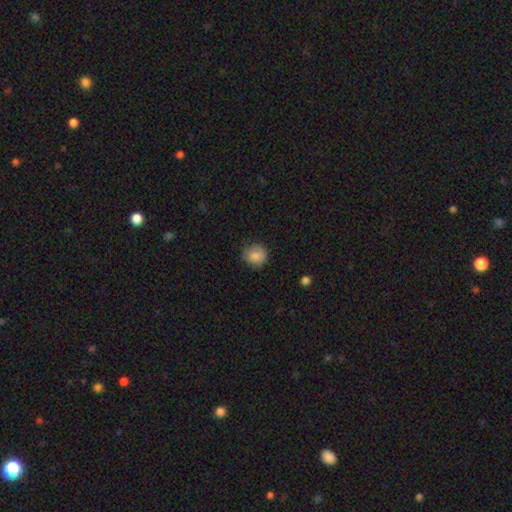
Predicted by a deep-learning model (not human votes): Morphology: type=smooth (85%); roundness=round (87%); merging=none (81%).